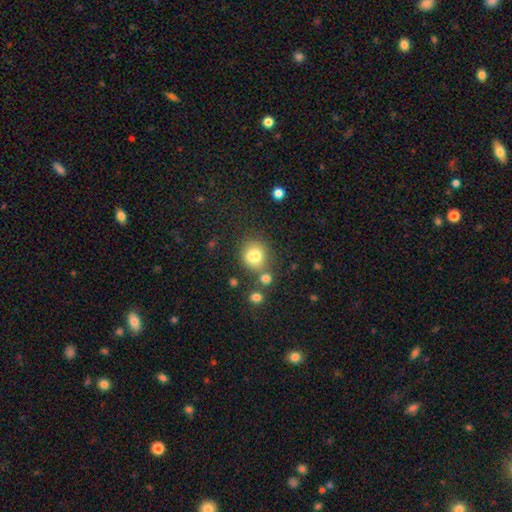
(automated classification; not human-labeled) Smooth or featured: smooth — 78% (star or artifact — 12%)
How rounded: round — 72% (in between — 27%)
Merging: none — 56% (merger — 22%)